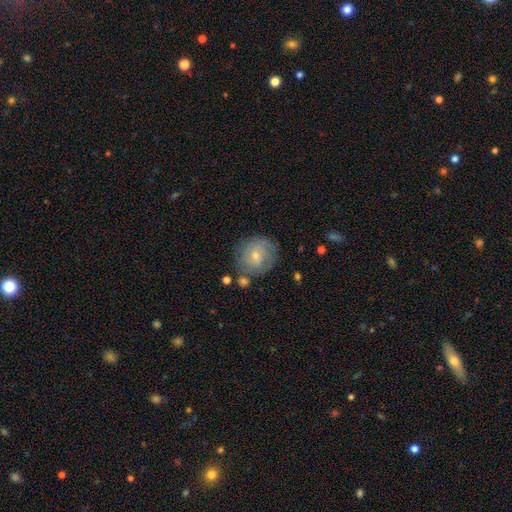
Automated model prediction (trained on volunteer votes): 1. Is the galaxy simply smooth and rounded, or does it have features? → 55% featured or disk, 36% smooth, 9% star or artifact.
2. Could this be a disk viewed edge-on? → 97% no, 3% yes.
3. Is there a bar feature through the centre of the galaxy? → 64% no, 31% weak, 5% strong.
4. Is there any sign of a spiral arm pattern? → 78% yes, 22% no.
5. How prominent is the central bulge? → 61% small, 35% moderate, 2% none, 1% large, 1% dominant.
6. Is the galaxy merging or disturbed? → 73% none, 17% minor disturbance, 6% major disturbance, 4% merger.